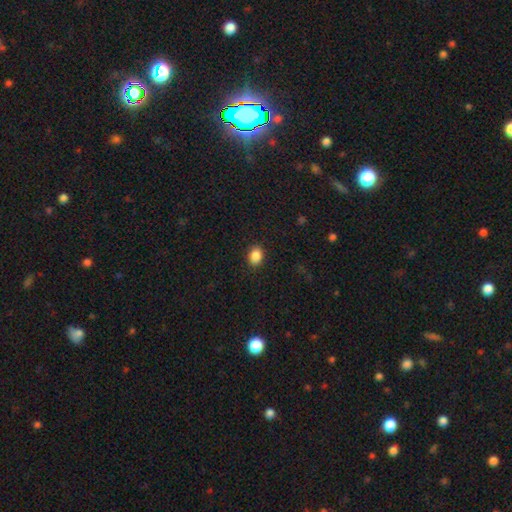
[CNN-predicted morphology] Smooth or featured? Predicted: smooth (p=0.88). How rounded? Predicted: in between (p=0.68). Merging? Predicted: none (p=0.89).